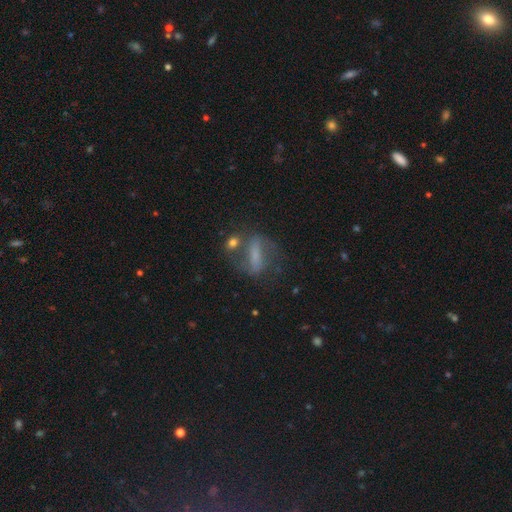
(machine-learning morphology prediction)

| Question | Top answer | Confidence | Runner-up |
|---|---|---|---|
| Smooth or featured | featured or disk | 56% | smooth (32%) |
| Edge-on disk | no | 85% | yes (15%) |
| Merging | none | 52% | minor disturbance (18%) |